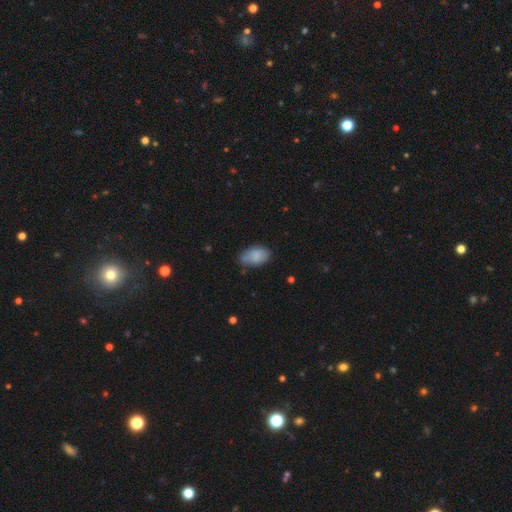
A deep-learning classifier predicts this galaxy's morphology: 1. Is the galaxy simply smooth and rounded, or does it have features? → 81% smooth, 12% featured or disk, 8% star or artifact.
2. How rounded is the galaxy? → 92% in between, 6% round, 2% cigar-shaped.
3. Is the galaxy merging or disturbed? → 57% none, 31% minor disturbance, 8% major disturbance, 4% merger.